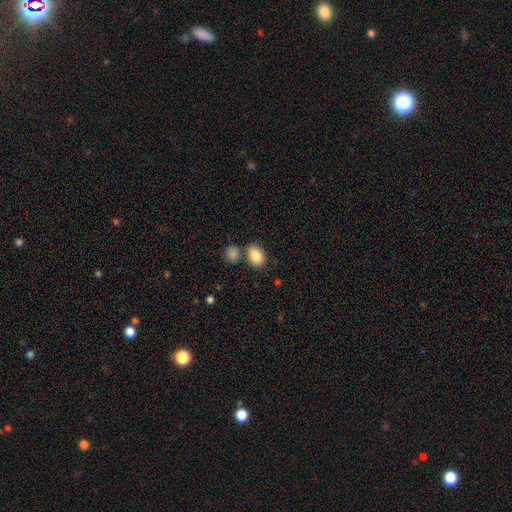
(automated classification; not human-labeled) This appears to be a smooth galaxy with no disk features (88%) that is in between round and cigar-shaped (85%). Merging: none (66%).